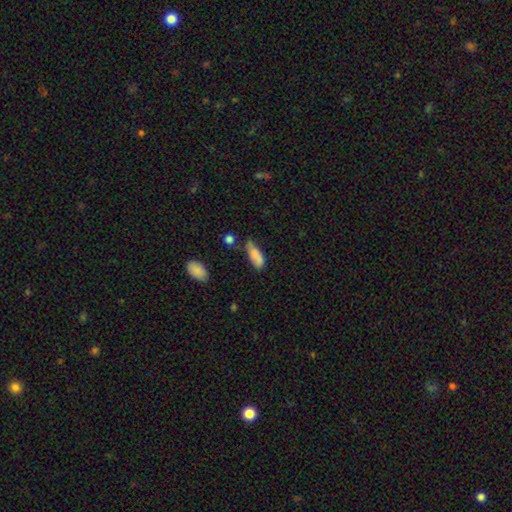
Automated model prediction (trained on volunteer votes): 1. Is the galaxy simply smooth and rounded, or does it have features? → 82% smooth, 10% featured or disk, 8% star or artifact.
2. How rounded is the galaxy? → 75% in between, 22% cigar-shaped, 2% round.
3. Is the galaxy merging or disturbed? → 41% minor disturbance, 40% none, 13% major disturbance, 6% merger.